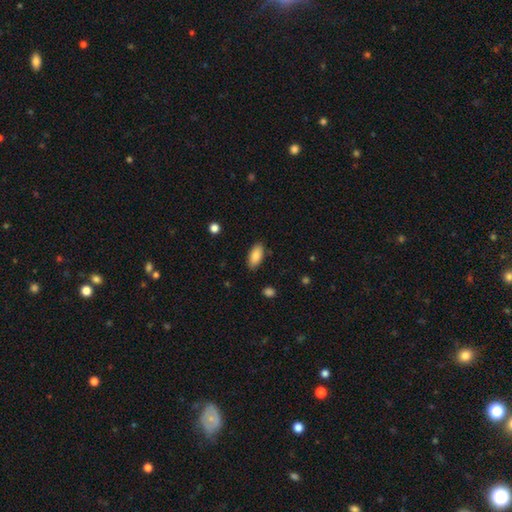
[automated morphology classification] Smooth or featured? smooth (86%)
How rounded? in between (88%)
Merging? none (86%)